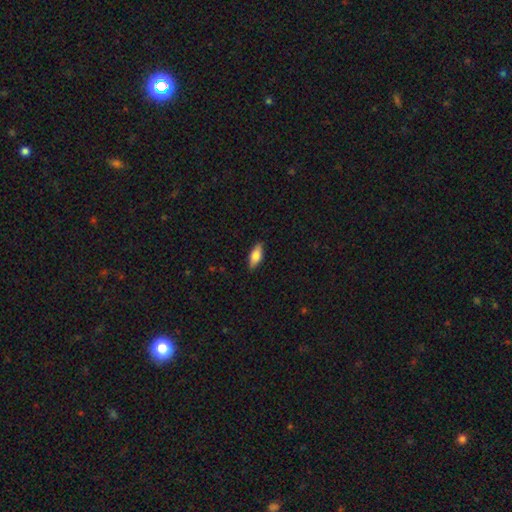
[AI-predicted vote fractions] This appears to be a smooth galaxy with no disk features (72%) that is in between round and cigar-shaped (73%). Merging: none (87%).